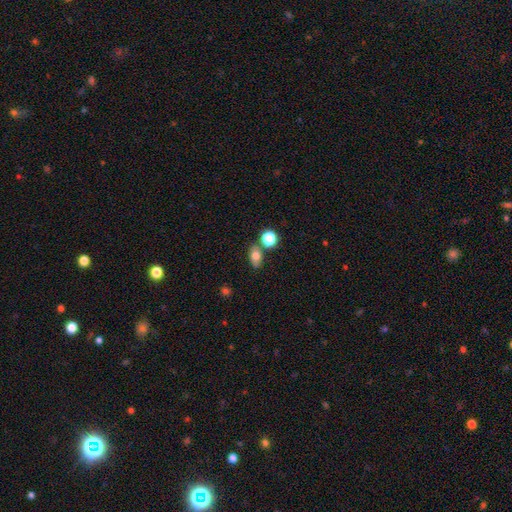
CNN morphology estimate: The model was most divided on "how rounded": in between: 72%, round: 24%, cigar-shaped: 3%. More confident: smooth or featured — smooth (73%); merging — none (67%).